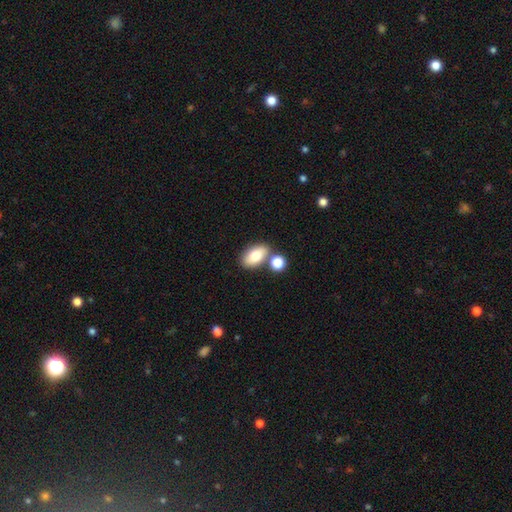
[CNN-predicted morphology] The model was most divided on "merging": none: 64%, merger: 21%, minor disturbance: 11%, major disturbance: 3%. More confident: how rounded — in between (89%); smooth or featured — smooth (78%).